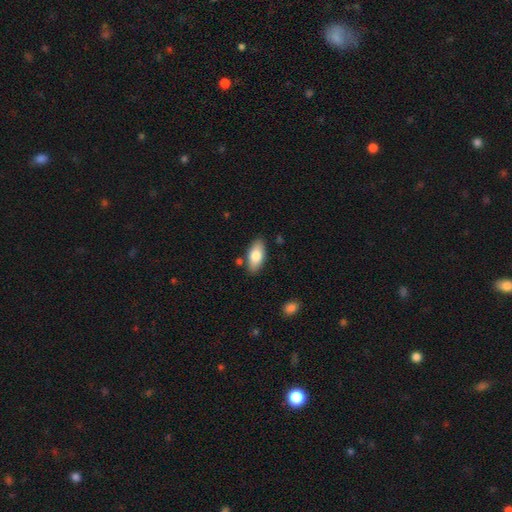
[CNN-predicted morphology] Smooth or featured? Predicted: smooth (p=0.77). How rounded? Predicted: in between (p=0.89). Merging? Predicted: none (p=0.83).